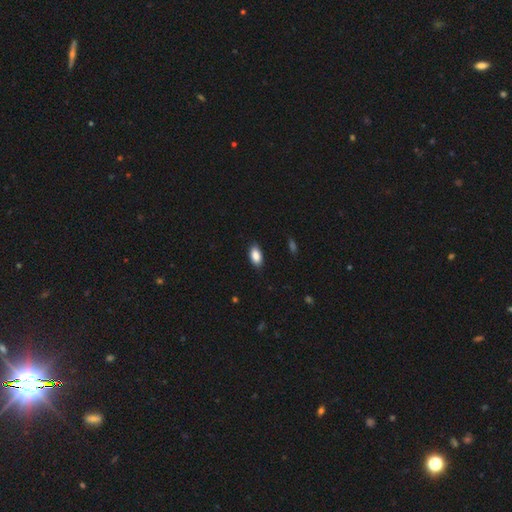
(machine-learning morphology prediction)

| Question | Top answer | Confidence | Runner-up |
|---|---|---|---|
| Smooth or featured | smooth | 88% | star or artifact (7%) |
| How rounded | in between | 92% | round (4%) |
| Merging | none | 85% | minor disturbance (12%) |